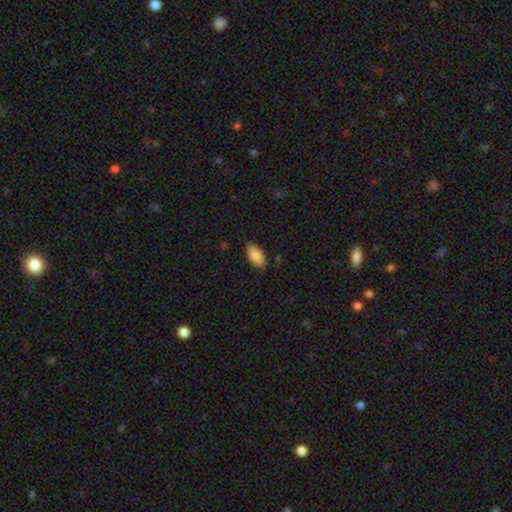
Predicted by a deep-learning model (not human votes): Smooth or featured? smooth (86%)
How rounded? in between (94%)
Merging? none (83%)